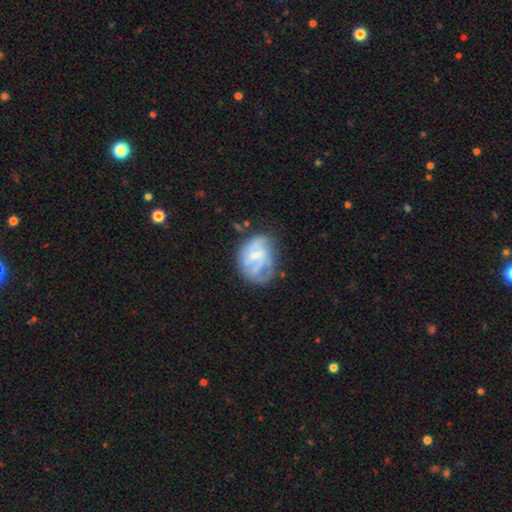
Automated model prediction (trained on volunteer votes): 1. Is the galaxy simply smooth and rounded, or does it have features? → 63% featured or disk, 29% smooth, 8% star or artifact.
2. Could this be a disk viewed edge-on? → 97% no, 3% yes.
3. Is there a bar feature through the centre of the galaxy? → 50% weak, 36% no, 14% strong.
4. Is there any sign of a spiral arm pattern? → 62% yes, 38% no.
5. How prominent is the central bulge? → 48% small, 30% moderate, 18% none, 3% large, 1% dominant.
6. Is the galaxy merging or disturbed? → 44% none, 29% minor disturbance, 24% major disturbance, 4% merger.